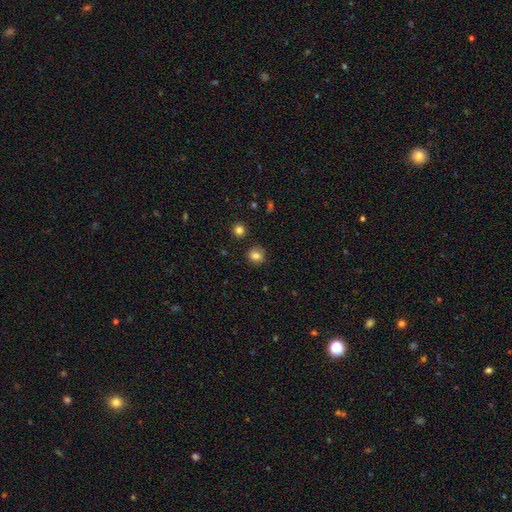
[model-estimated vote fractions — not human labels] Q: Smooth or featured?
A: smooth (82%); runner-up: star or artifact (12%)
Q: How rounded?
A: round (87%); runner-up: in between (12%)
Q: Merging?
A: none (87%); runner-up: minor disturbance (9%)